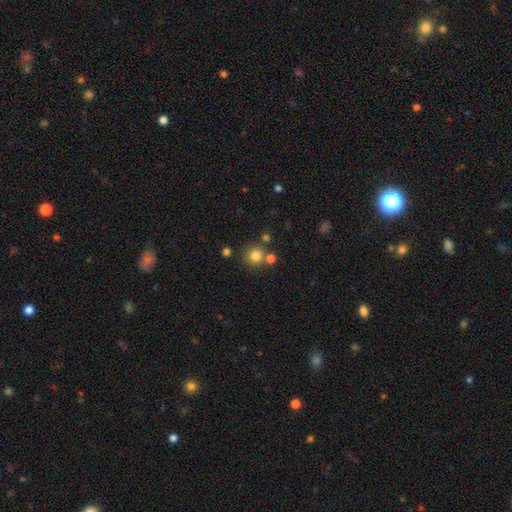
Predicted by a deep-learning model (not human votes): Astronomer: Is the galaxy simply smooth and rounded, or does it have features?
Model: smooth — 80%.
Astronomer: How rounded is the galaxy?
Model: round — 92%.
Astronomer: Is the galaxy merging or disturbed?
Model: none — 72%.